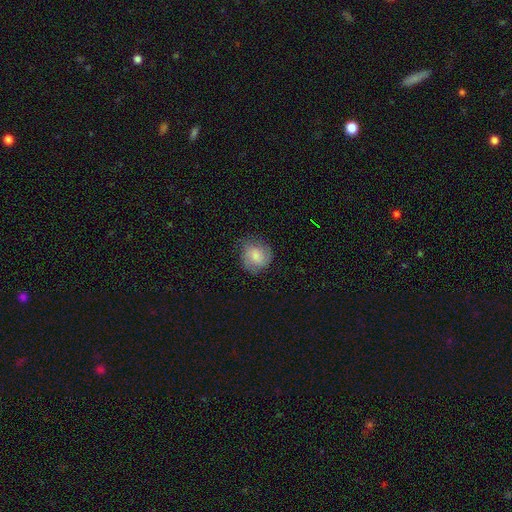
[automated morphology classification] Smooth or featured? Predicted: smooth (p=0.71). How rounded? Predicted: round (p=0.83). Merging? Predicted: none (p=0.69).